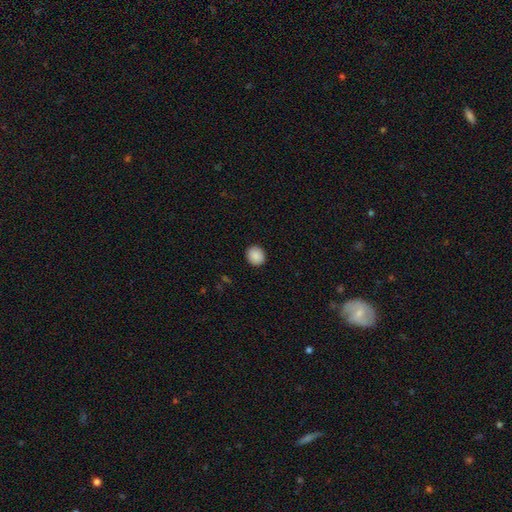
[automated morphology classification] Overall: smooth (89%). How rounded: round (78%). Merging: none (91%).